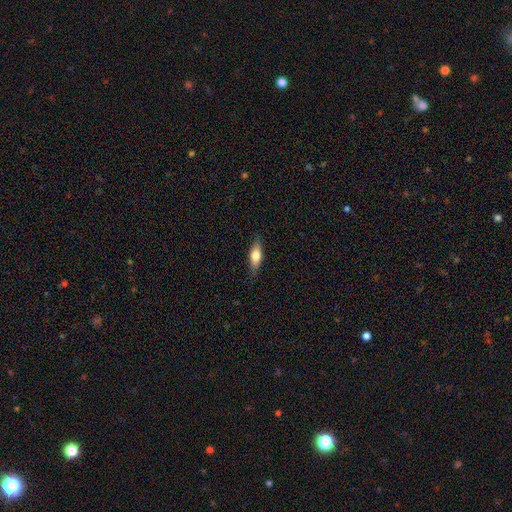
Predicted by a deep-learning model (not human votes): Smooth or featured?
  - smooth: 63% *
  - featured or disk: 30%
  - star or artifact: 6%
How rounded?
  - in between: 53% *
  - cigar-shaped: 44%
  - round: 3%
Merging?
  - none: 84% *
  - minor disturbance: 12%
  - major disturbance: 2%
  - merger: 1%